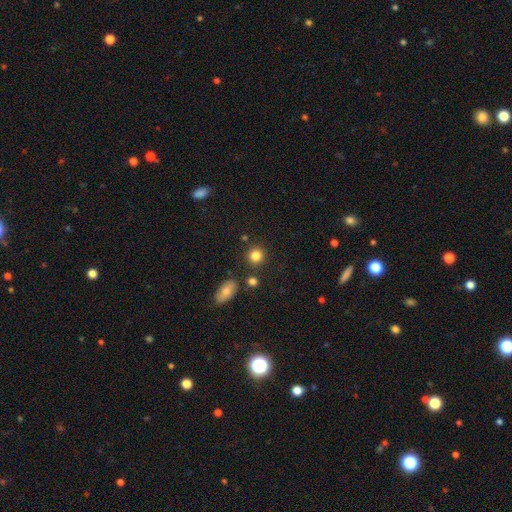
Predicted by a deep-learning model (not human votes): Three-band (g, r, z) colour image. It shows a smooth galaxy with no disk features (83%) that is round (88%). Merging: none (84%).